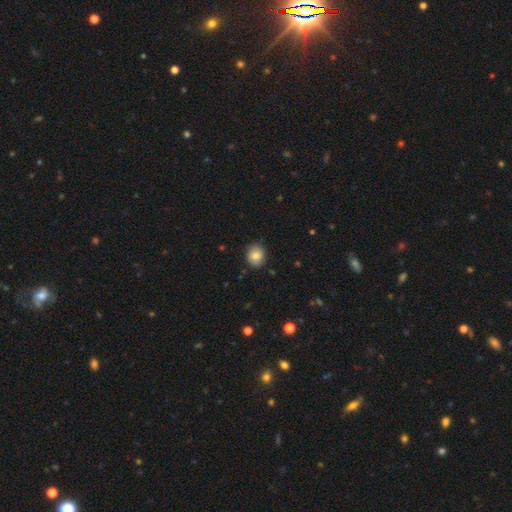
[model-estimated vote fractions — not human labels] The model was most divided on "how rounded": round: 67%, in between: 32%, cigar-shaped: 1%. More confident: merging — none (84%); smooth or featured — smooth (82%).